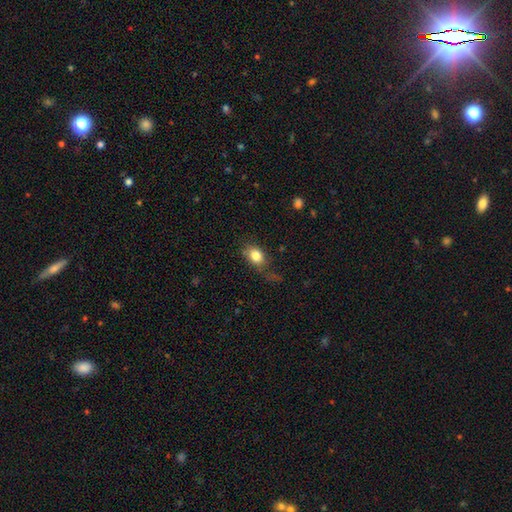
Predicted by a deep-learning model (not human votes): The model was most divided on "merging": none: 60%, minor disturbance: 23%, major disturbance: 14%, merger: 3%. More confident: smooth or featured — smooth (82%); how rounded — in between (72%).